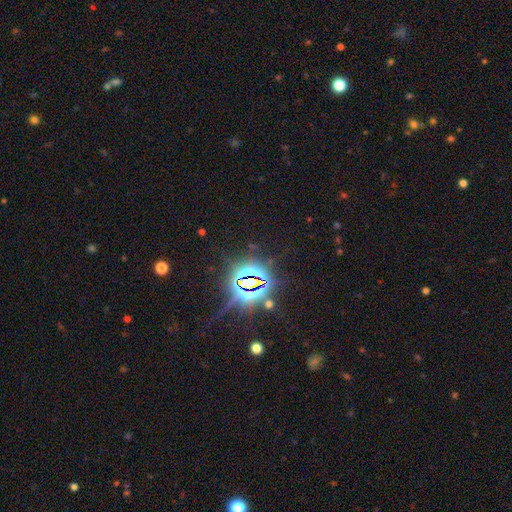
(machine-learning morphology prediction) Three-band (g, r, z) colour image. It shows a star or artifact, not a galaxy (87%).